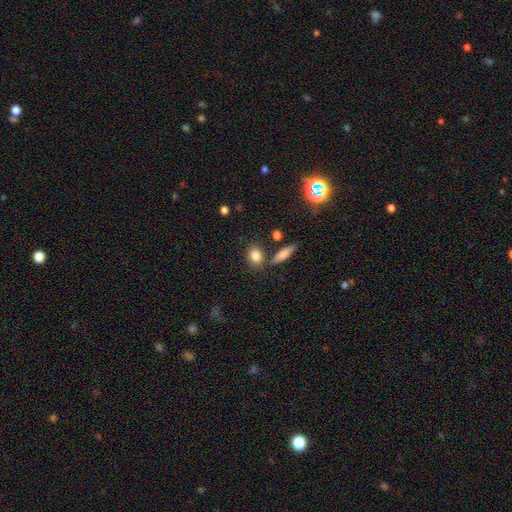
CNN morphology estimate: Smooth or featured? smooth (83%)
How rounded? in between (58%)
Merging? none (74%)